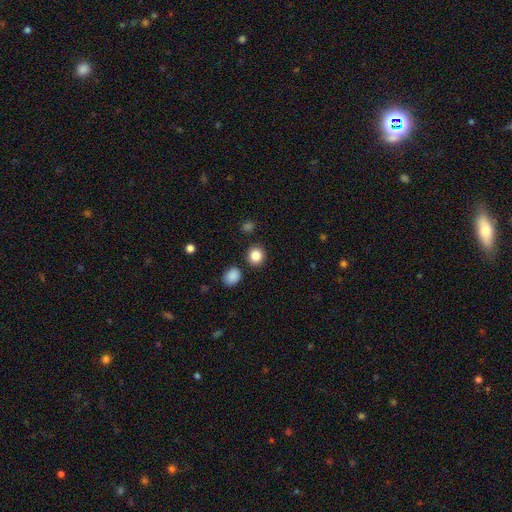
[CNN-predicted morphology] The model was most divided on "how rounded": round: 86%, in between: 13%, cigar-shaped: 1%. More confident: merging — none (87%); smooth or featured — smooth (85%).